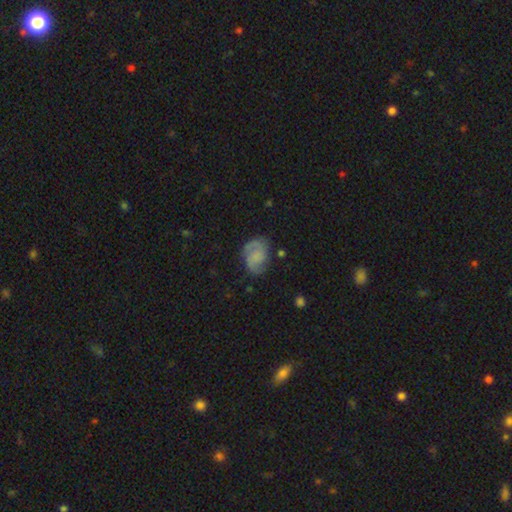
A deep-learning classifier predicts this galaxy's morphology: Smooth or featured?
  - featured or disk: 57% *
  - smooth: 34%
  - star or artifact: 9%
Edge-on disk?
  - no: 98% *
  - yes: 2%
Bar?
  - no: 68% *
  - weak: 27%
  - strong: 5%
Spiral arms?
  - yes: 88% *
  - no: 12%
Bulge size?
  - none: 54% *
  - small: 24%
  - moderate: 14%
  - large: 6%
  - dominant: 2%
Merging?
  - none: 67% *
  - minor disturbance: 21%
  - major disturbance: 10%
  - merger: 2%